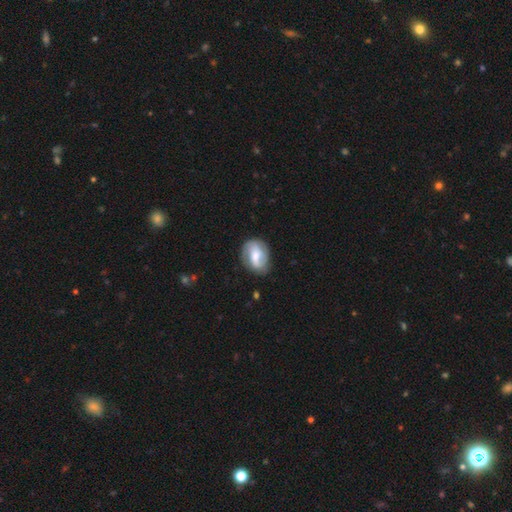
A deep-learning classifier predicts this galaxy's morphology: featured or disk 59%, smooth 35%, star or artifact 6%. Down the decision tree: edge-on disk — no (96%); bar — weak (46%); spiral arms — yes (83%); bulge size — moderate (57%); merging — none (75%).